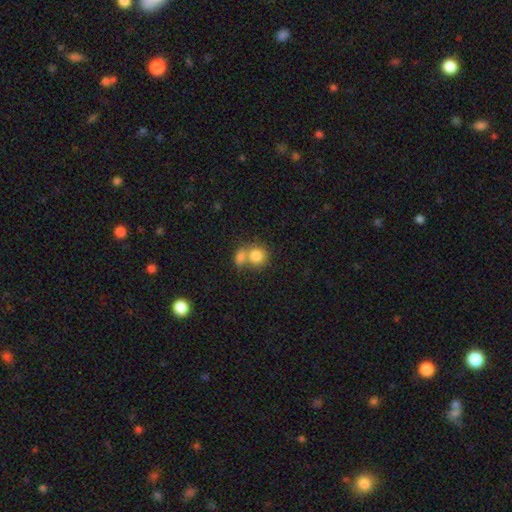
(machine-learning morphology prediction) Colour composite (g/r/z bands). It shows a smooth galaxy with no disk features (81%) that is round (79%). Merging: merger (52%).